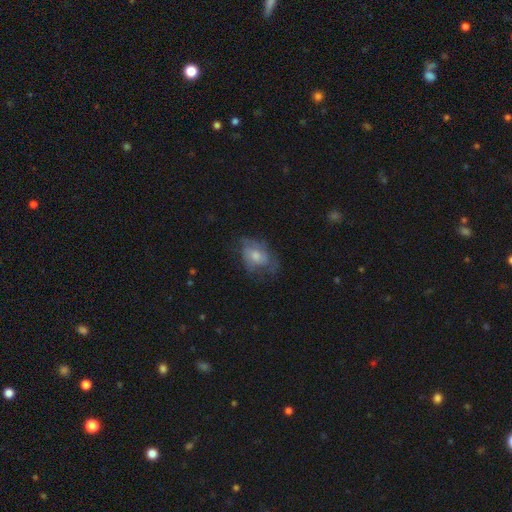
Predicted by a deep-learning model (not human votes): Overall: featured or disk (49%; smooth 40%). Merging: none (52%; minor disturbance 26%).